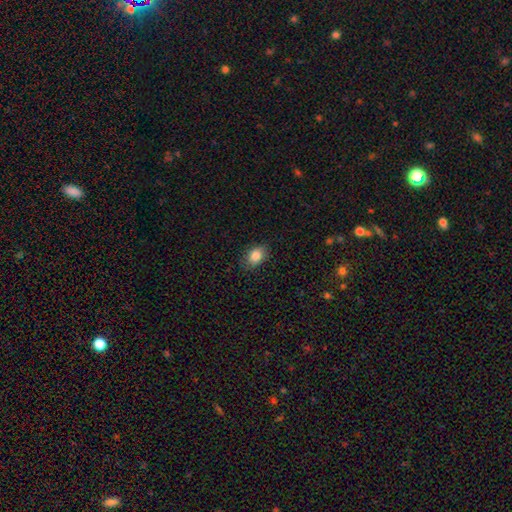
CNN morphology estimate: smooth-or-featured: smooth: 85% | star or artifact: 8% | featured or disk: 7%
  how-rounded: in between: 78% | round: 21% | cigar-shaped: 1%
  merging: none: 83% | minor disturbance: 13% | major disturbance: 3% | merger: 1%